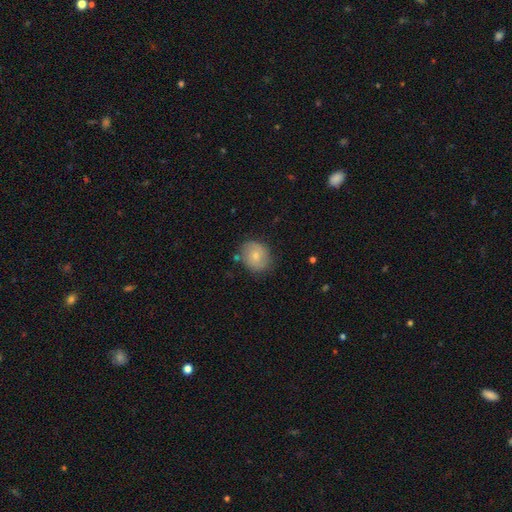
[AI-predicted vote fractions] The model was most divided on "smooth or featured": smooth: 65%, featured or disk: 27%, star or artifact: 8%. More confident: merging — none (74%); how rounded — round (70%).